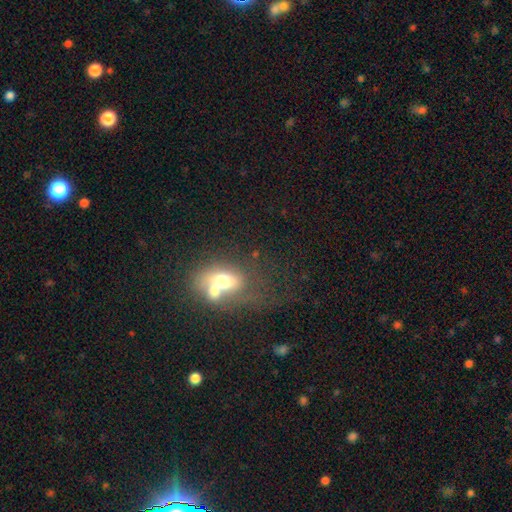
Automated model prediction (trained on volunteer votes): Overall: smooth (48%; star or artifact 31%). Merging: none (38%; merger 27%).